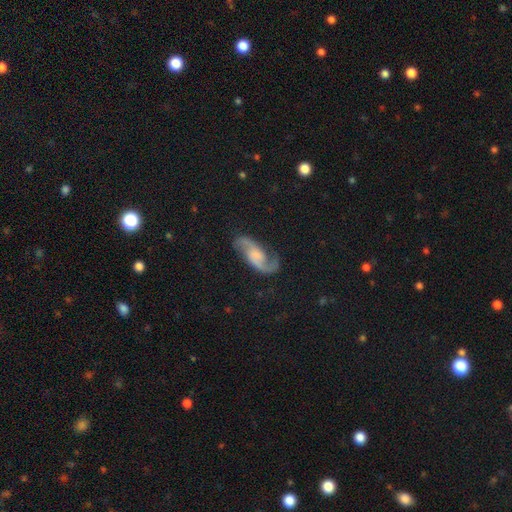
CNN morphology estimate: smooth-or-featured: featured or disk: 88% | smooth: 7% | star or artifact: 5%
  disk-edge-on: no: 97% | yes: 3%
    bar: no: 54% | weak: 36% | strong: 10%
    has-spiral-arms: yes: 98% | no: 2%
      spiral-winding: loose: 45% (tied) | medium: 45% (tied) | tight: 10%
      spiral-arm-count: 2: 93% | 1: 2% | can't tell: 2% | 3: 1% | 4: 1% | more than 4: 1%
    bulge-size: none: 33% | moderate: 26% | small: 23% | large: 16% | dominant: 2%
  merging: none: 78% | minor disturbance: 14% | major disturbance: 6% | merger: 2%